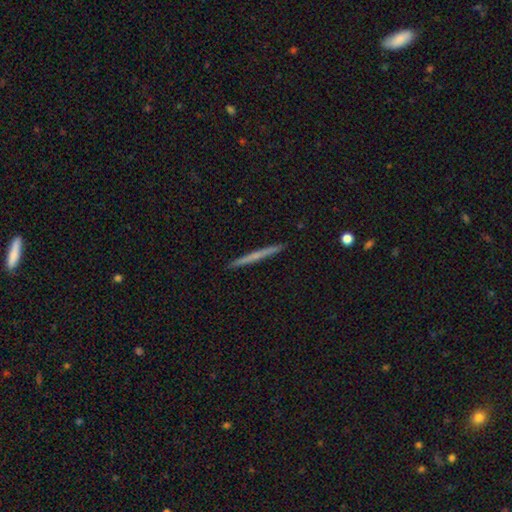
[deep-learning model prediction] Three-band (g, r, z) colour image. It shows a featured or disk galaxy (47%, tied with smooth). Merging: none (93%).